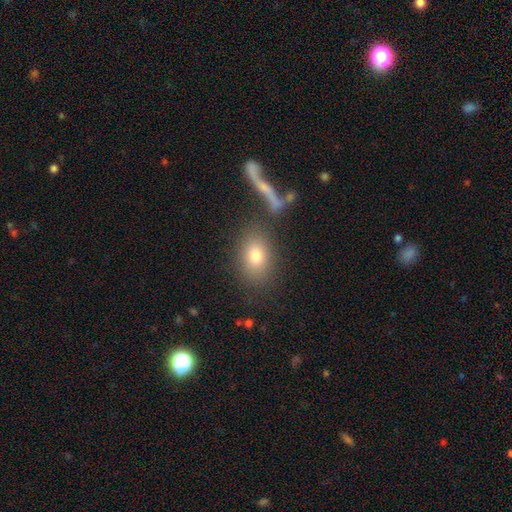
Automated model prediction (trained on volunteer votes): smooth-or-featured: smooth: 73% | featured or disk: 16% | star or artifact: 11%
  how-rounded: in between: 74% | round: 23% | cigar-shaped: 3%
  merging: none: 74% | minor disturbance: 11% | merger: 9% | major disturbance: 5%